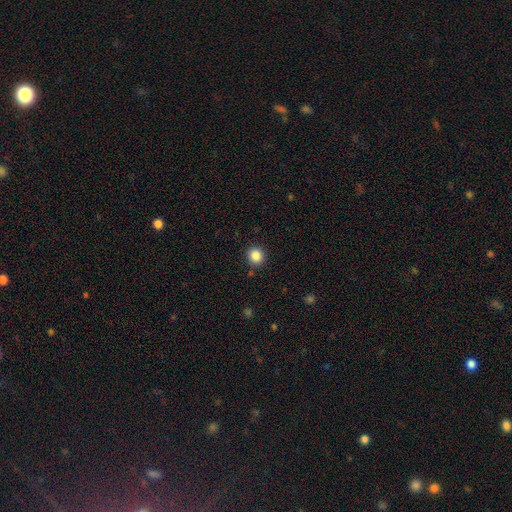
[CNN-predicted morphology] A smooth galaxy with no disk features (86%) that is round (88%). Merging: none (89%).